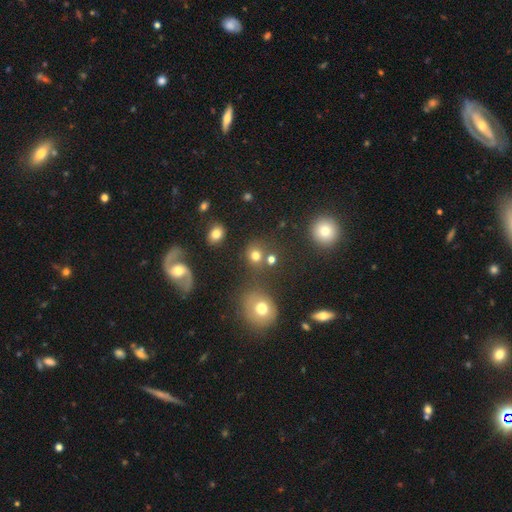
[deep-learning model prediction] smooth-or-featured: smooth: 73% | star or artifact: 17% | featured or disk: 9%
  how-rounded: round: 84% | in between: 15% | cigar-shaped: 1%
  merging: none: 67% | merger: 16% | minor disturbance: 11% | major disturbance: 6%